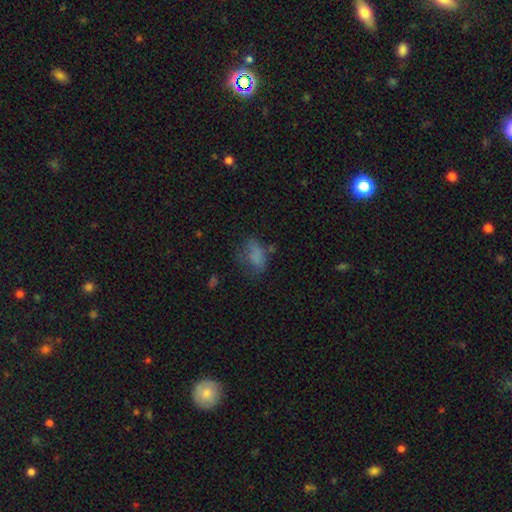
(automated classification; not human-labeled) smooth_or_featured: smooth (p=0.70) [alt: featured or disk p=0.16]
how_rounded: in between (p=0.85) [alt: round p=0.10]
merging: none (p=0.41) [alt: minor disturbance p=0.28]